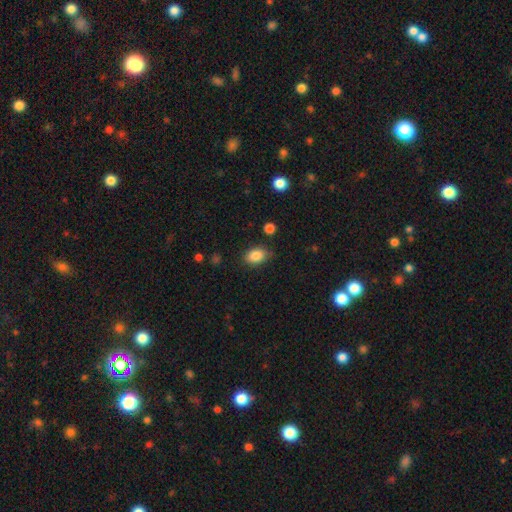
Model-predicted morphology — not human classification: This is clearly a smooth galaxy (86%). How rounded: clearly in between (82%). Merging: likely none (80%).